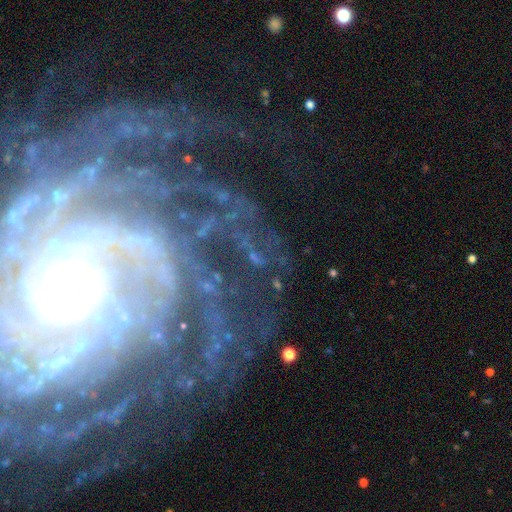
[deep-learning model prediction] Smooth or featured: featured or disk — 70% (star or artifact — 20%)
Edge-on disk: no — 94% (yes — 6%)
Bar: no — 36% (strong — 33%)
Spiral arms: yes — 91% (no — 9%)
Spiral winding: tight — 59% (medium — 30%)
Spiral arm count: can't tell — 28% (2 — 18%)
Bulge size: small — 62% (moderate — 20%)
Merging: none — 67% (minor disturbance — 15%)